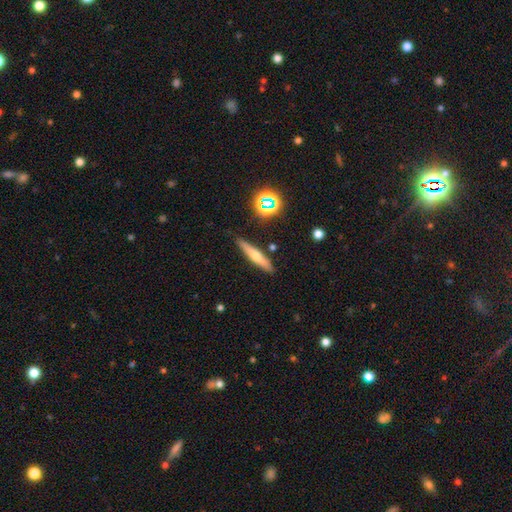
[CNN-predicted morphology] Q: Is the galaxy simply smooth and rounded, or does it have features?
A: smooth — 49%.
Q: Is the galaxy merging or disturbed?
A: none — 85%.